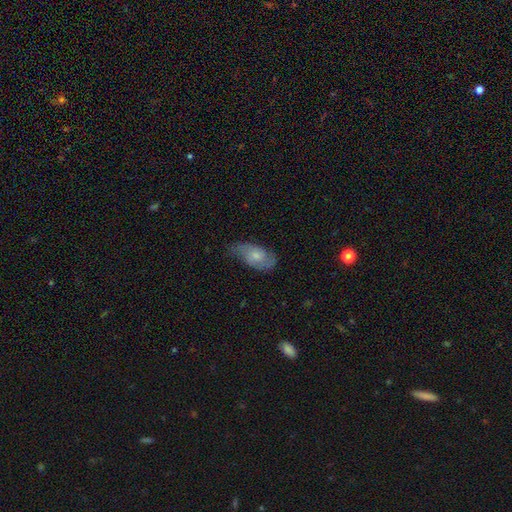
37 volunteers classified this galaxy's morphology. Overall: smooth (57%; featured or disk 38%). How rounded: in between (95%). Merging: none (57%; minor disturbance 40%).